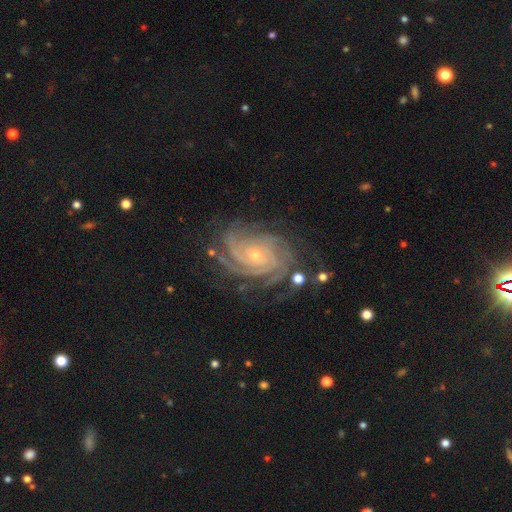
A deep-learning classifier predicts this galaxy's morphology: smooth-or-featured: featured or disk: 90% | star or artifact: 6% | smooth: 4%
  disk-edge-on: no: 97% | yes: 3%
    bar: no: 70% | weak: 22% | strong: 8%
    has-spiral-arms: yes: 98% | no: 2%
      spiral-winding: tight: 75% | medium: 22% | loose: 3%
      spiral-arm-count: 4: 35% | more than 4: 18% | 3: 17% | can't tell: 15% | 2: 8% | 1: 6%
    bulge-size: small: 76% | moderate: 21% | none: 1% | large: 1% | dominant: 1%
  merging: none: 72% | minor disturbance: 17% | major disturbance: 9% | merger: 2%